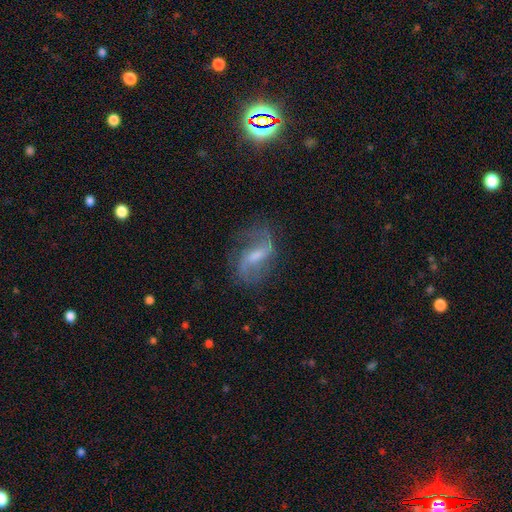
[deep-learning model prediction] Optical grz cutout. It shows a featured or disk galaxy (81%) with a weak bar (50%), 2 (88%) loose (63%) spiral arms (94%) and a small central bulge (44%). Merging: none (73%).